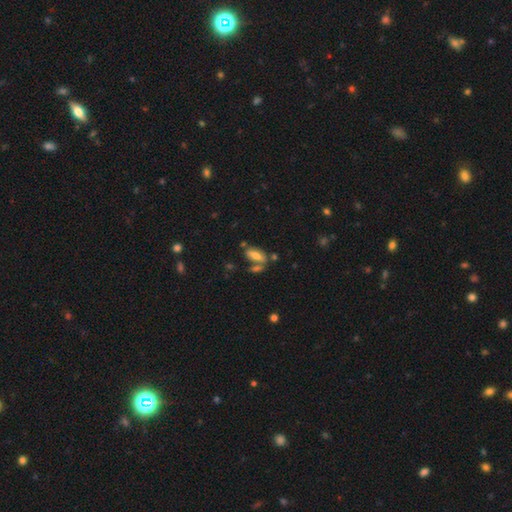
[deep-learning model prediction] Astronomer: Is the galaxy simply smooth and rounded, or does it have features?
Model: smooth — 66%.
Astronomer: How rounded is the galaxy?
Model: in between — 75%.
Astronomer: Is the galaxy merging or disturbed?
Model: none — 59%.